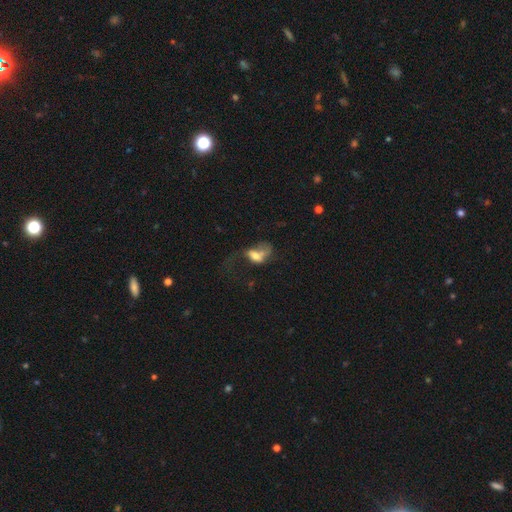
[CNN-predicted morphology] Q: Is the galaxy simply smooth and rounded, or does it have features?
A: smooth — 49%.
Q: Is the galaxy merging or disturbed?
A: major disturbance — 47%.